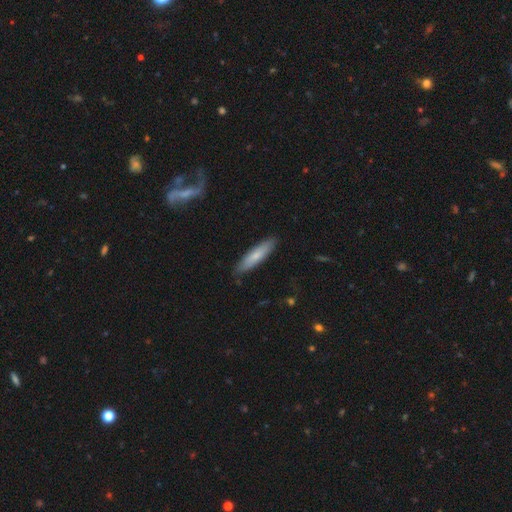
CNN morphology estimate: This appears to be a smooth galaxy with no disk features (71%) that is cigar-shaped (78%). Merging: none (86%).